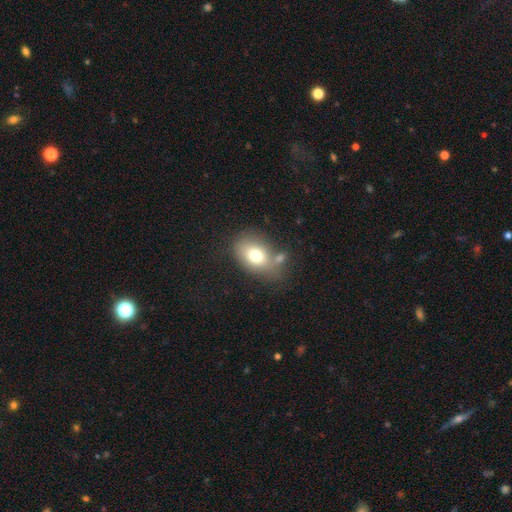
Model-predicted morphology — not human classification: Smooth or featured? Predicted: smooth (p=0.74). How rounded? Predicted: in between (p=0.76). Merging? Predicted: none (p=0.56).